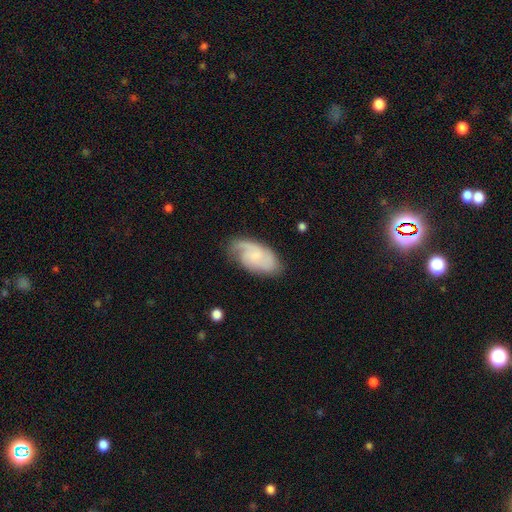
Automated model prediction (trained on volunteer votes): The model was most divided on "spiral winding": medium: 43%, tight: 37%, loose: 20%. Remaining: edge-on disk — no (95%); spiral arms — yes (93%); merging — none (68%); bar — no (65%); smooth or featured — featured or disk (63%); bulge size — small (53%); spiral arm count — 2 (45%).